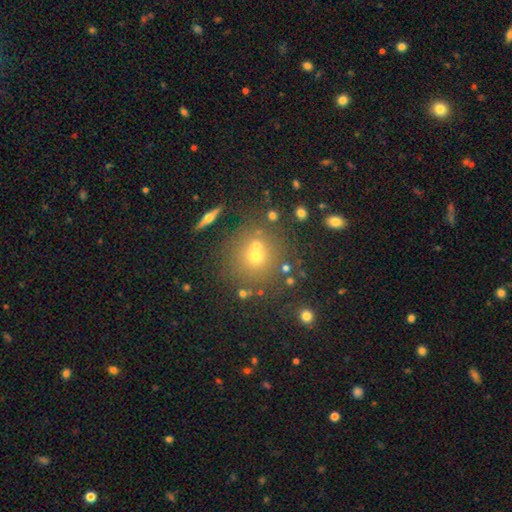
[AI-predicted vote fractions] smooth-or-featured: smooth: 53% | star or artifact: 31% | featured or disk: 16%
  how-rounded: round: 88% | in between: 11% | cigar-shaped: 1%
  merging: none: 68% | merger: 18% | minor disturbance: 10% | major disturbance: 4%